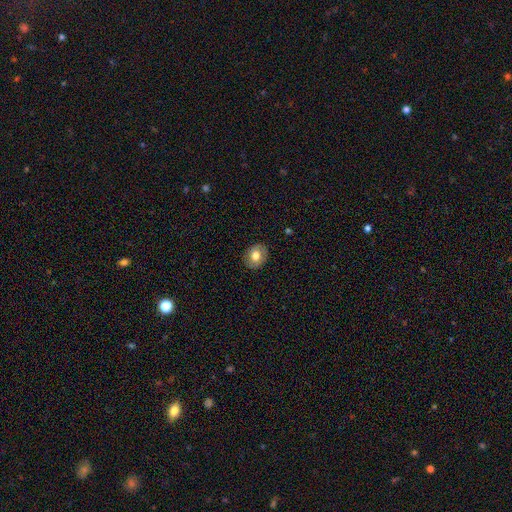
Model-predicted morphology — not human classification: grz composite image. It shows a smooth galaxy with no disk features (72%) that is round (52%). Merging: none (87%).